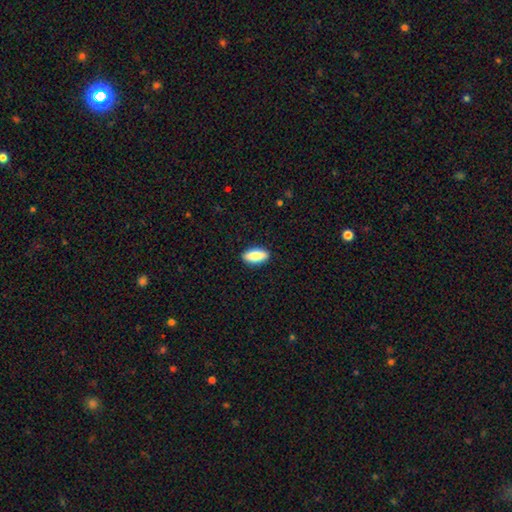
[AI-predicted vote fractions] This is clearly a smooth galaxy (84%). How rounded: clearly in between (85%). Merging: clearly none (90%).